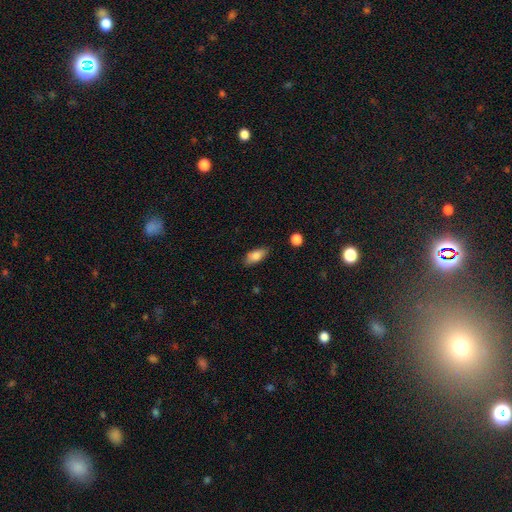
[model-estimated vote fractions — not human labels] This appears to be a smooth galaxy with no disk features (80%) that is in between round and cigar-shaped (85%). Merging: none (82%).